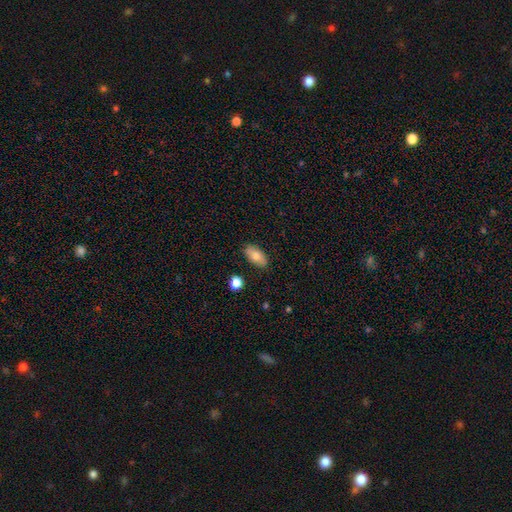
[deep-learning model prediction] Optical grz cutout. It shows a smooth galaxy with no disk features (76%) that is in between round and cigar-shaped (91%). Merging: none (86%).